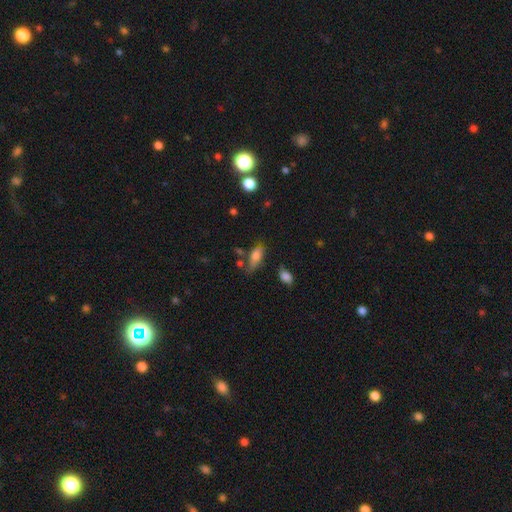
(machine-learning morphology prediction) smooth-or-featured: smooth: 74% | featured or disk: 16% | star or artifact: 10%
  how-rounded: in between: 80% | cigar-shaped: 15% | round: 5%
  merging: none: 47% | minor disturbance: 29% | major disturbance: 13% | merger: 11%